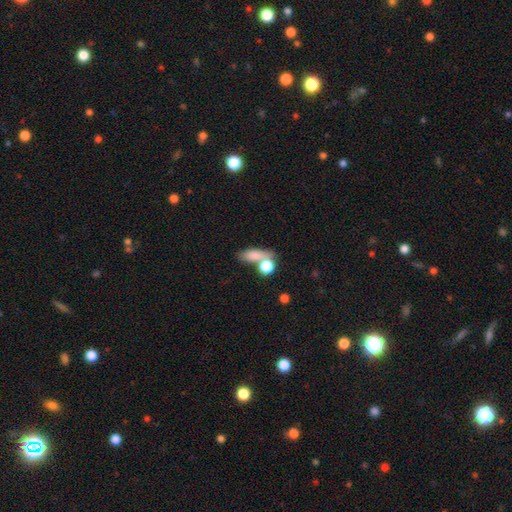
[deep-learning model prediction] Smooth or featured? Predicted: smooth (p=0.78). How rounded? Predicted: in between (p=0.56). Merging? Predicted: none (p=0.45).